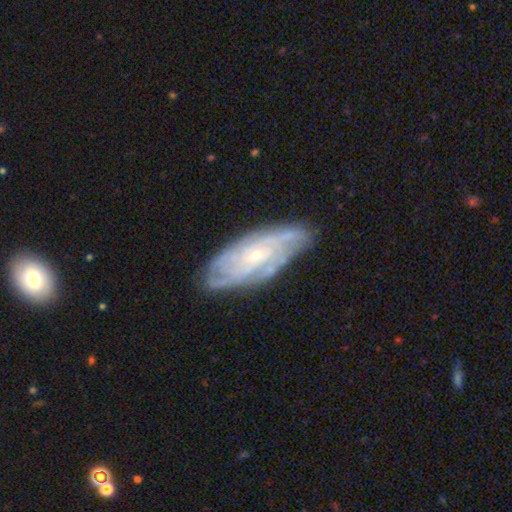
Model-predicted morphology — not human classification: A featured or disk galaxy (79%) with no bar (66%), tight (59%) spiral arms (92%) and a small central bulge (74%).

Vote fractions:
- Smooth or featured? featured or disk: 79% / smooth: 15% / star or artifact: 6%
- Edge-on disk? no: 89% / yes: 11%
- Bar? no: 66% / weak: 28% / strong: 6%
- Spiral arms? yes: 92% / no: 8%
- Spiral winding? tight: 59% / medium: 32% / loose: 8%
- Spiral arm count? can't tell: 40% / 4: 18% / 3: 18% / 2: 14% / more than 4: 6% / 1: 5%
- Bulge size? small: 74% / moderate: 21% / none: 3% / large: 1% / dominant: 1%
- Merging? none: 77% / minor disturbance: 17% / major disturbance: 5% / merger: 2%